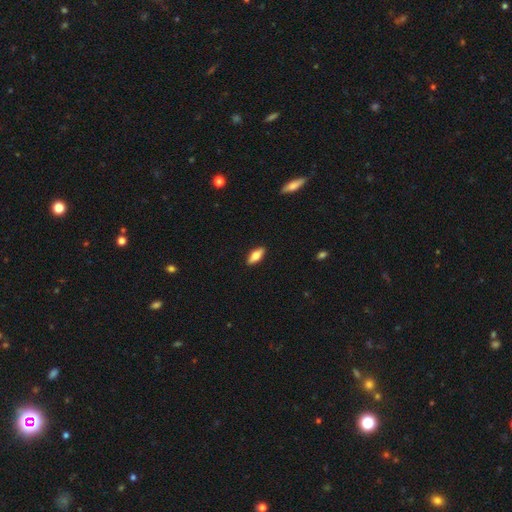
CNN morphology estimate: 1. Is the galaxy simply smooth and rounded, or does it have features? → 65% smooth, 29% featured or disk, 6% star or artifact.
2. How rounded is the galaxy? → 74% in between, 23% cigar-shaped, 3% round.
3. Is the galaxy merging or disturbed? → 90% none, 8% minor disturbance, 2% major disturbance, 1% merger.